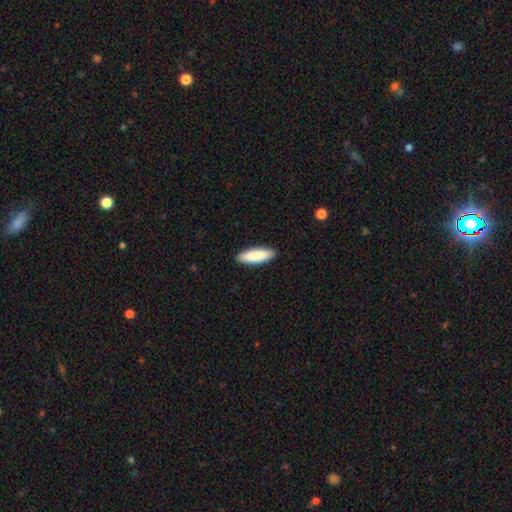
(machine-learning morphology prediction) type=smooth (88%); roundness=in between (54%); merging=none (90%).